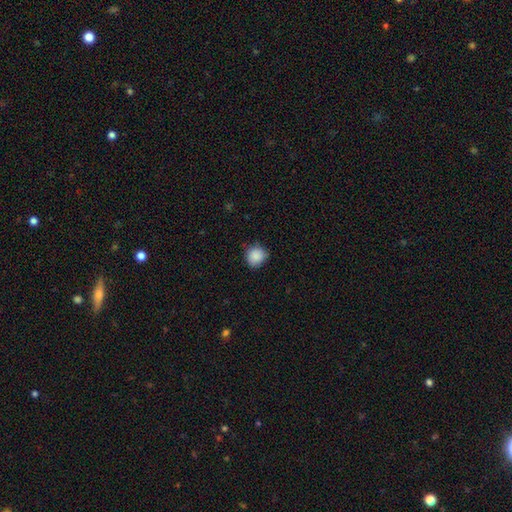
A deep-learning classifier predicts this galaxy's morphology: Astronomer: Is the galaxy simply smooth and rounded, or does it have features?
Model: smooth — 87%.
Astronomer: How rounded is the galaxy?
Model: round — 87%.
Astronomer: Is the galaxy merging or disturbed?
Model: none — 76%.